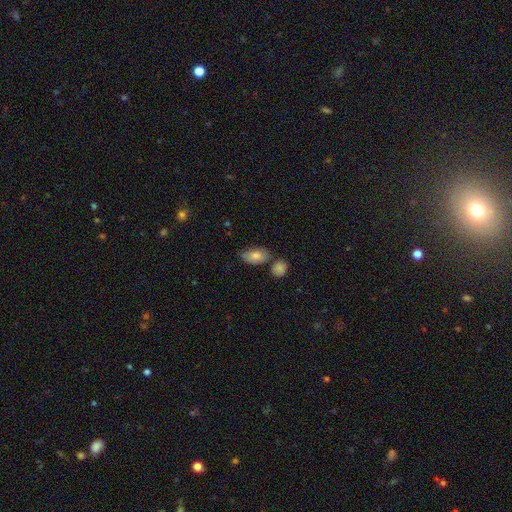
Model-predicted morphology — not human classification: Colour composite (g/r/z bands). It shows a smooth galaxy with no disk features (78%) that is in between round and cigar-shaped (90%). Merging: none (59%).